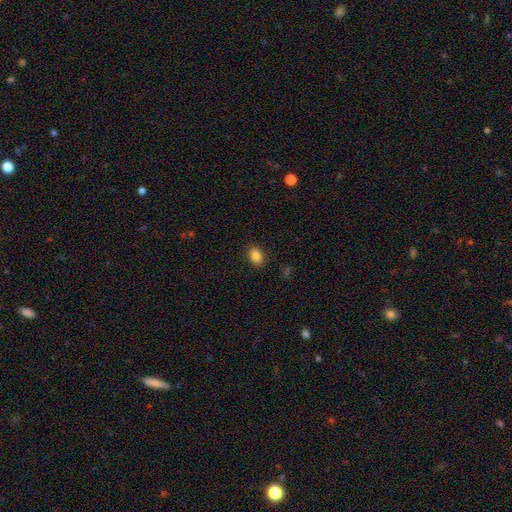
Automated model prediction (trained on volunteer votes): Smooth or featured: smooth — 86% (star or artifact — 10%)
How rounded: in between — 72% (round — 27%)
Merging: none — 88% (minor disturbance — 9%)